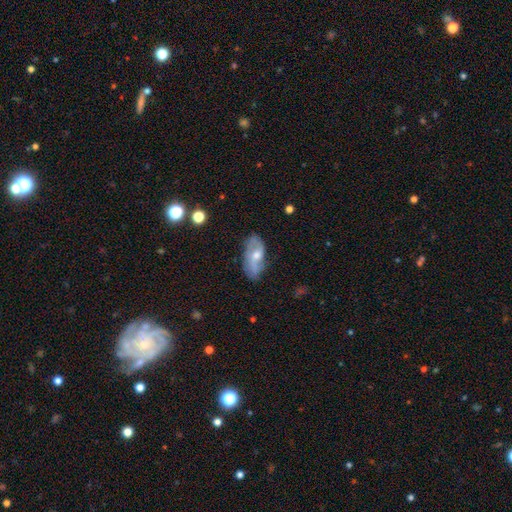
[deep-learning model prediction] smooth_or_featured: featured or disk (p=0.61) [alt: smooth p=0.31]
disk_edge_on: no (p=0.91) [alt: yes p=0.09]
bar: no (p=0.52) [alt: weak p=0.39]
has_spiral_arms: yes (p=0.81) [alt: no p=0.19]
bulge_size: moderate (p=0.60) [alt: small p=0.32]
merging: none (p=0.68) [alt: minor disturbance p=0.23]